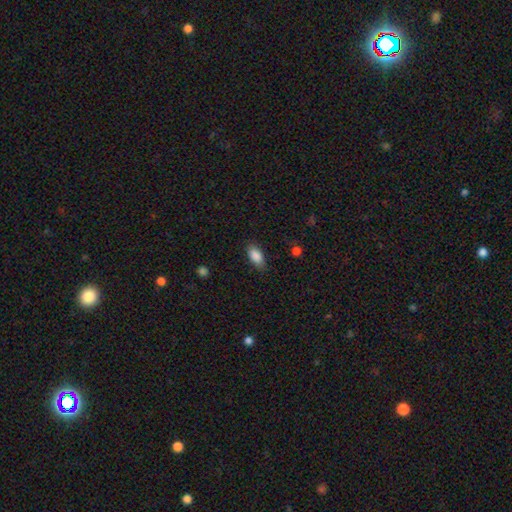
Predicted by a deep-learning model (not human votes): Morphology: type=smooth (88%); roundness=in between (91%); merging=none (79%).